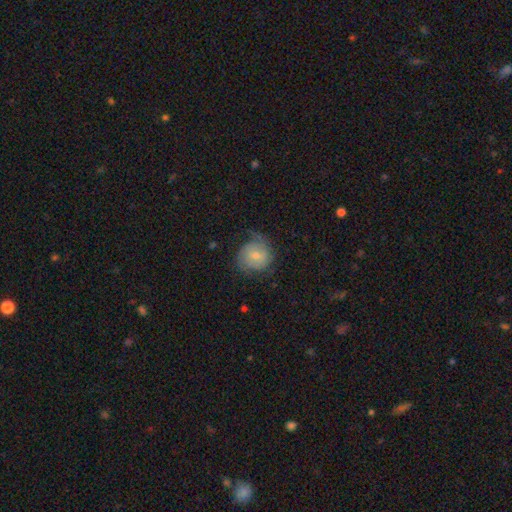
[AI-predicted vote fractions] smooth-or-featured: featured or disk: 56% | smooth: 37% | star or artifact: 7%
  disk-edge-on: no: 98% | yes: 2%
    bar: no: 61% | weak: 34% | strong: 5%
    has-spiral-arms: yes: 87% | no: 13%
    bulge-size: small: 46% | moderate: 44% | none: 5% | large: 4% | dominant: 1%
  merging: none: 54% | minor disturbance: 27% | major disturbance: 18% | merger: 2%